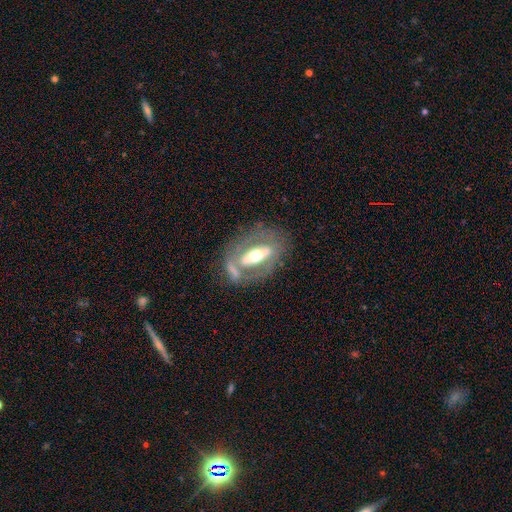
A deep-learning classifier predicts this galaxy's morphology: Smooth or featured? featured or disk (69%)
Edge-on disk? no (83%)
Bar? strong (42%)
Spiral arms? no (71%)
Bulge size? moderate (67%)
Merging? none (56%)